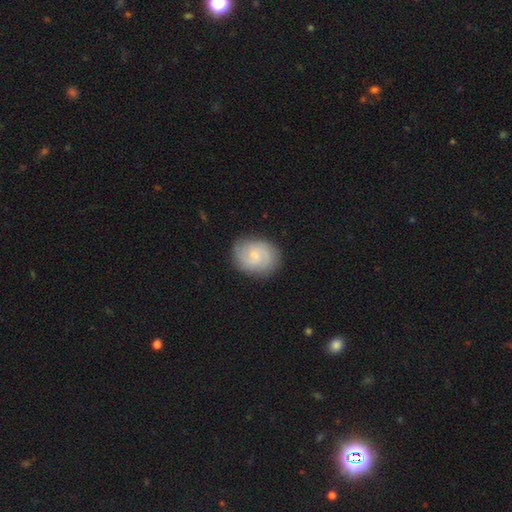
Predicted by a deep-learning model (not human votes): Morphology: type=featured or disk (55%); edge-on=no (98%); bar=no (54%); spiral arms=yes (90%); bulge=small (62%); merging=none (82%).